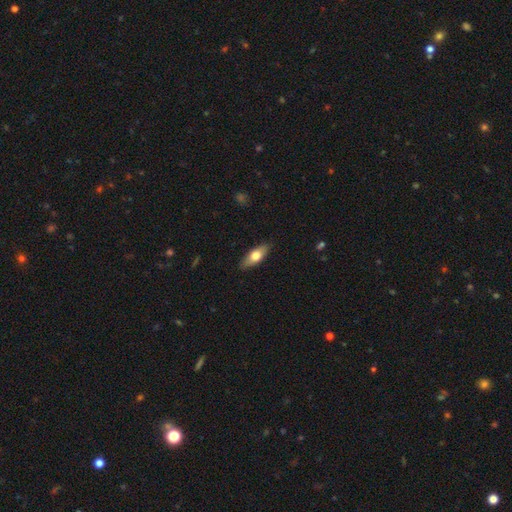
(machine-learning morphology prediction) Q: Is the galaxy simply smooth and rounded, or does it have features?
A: smooth — 63%.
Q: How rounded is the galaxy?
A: in between — 68%.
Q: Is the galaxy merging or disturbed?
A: none — 87%.